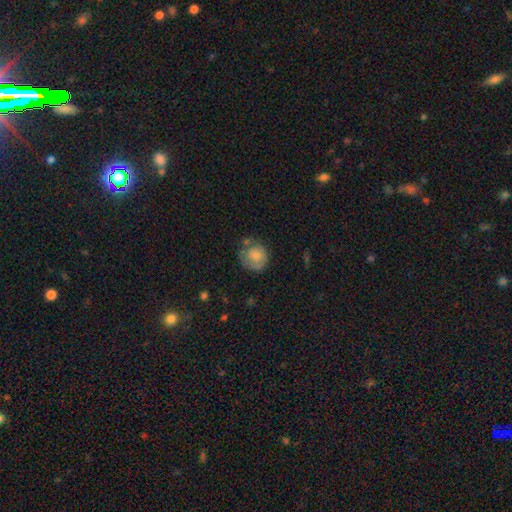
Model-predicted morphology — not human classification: Smooth or featured? Predicted: smooth (p=0.69). How rounded? Predicted: round (p=0.77). Merging? Predicted: none (p=0.50).